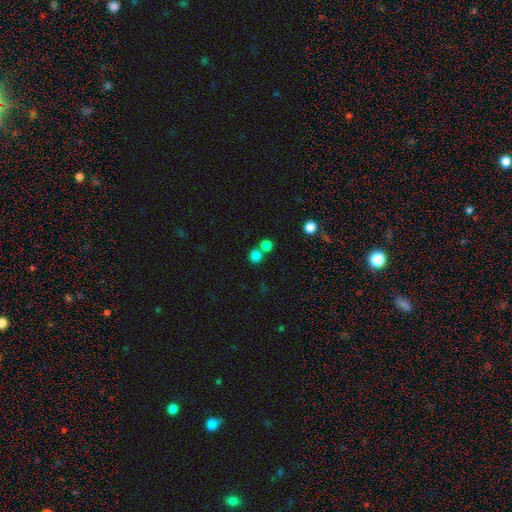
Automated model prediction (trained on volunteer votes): Smooth or featured?
  - smooth: 80% *
  - star or artifact: 14%
  - featured or disk: 6%
How rounded?
  - round: 89% *
  - in between: 10%
  - cigar-shaped: 1%
Merging?
  - none: 59% *
  - merger: 32%
  - minor disturbance: 6%
  - major disturbance: 3%